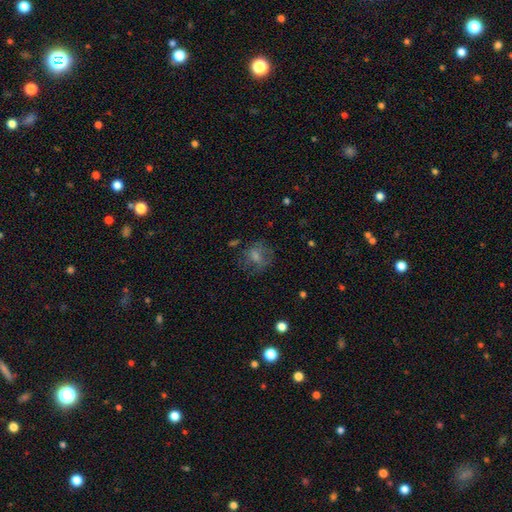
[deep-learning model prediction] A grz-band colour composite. It shows a smooth galaxy with no disk features (49%). Merging: none (64%).